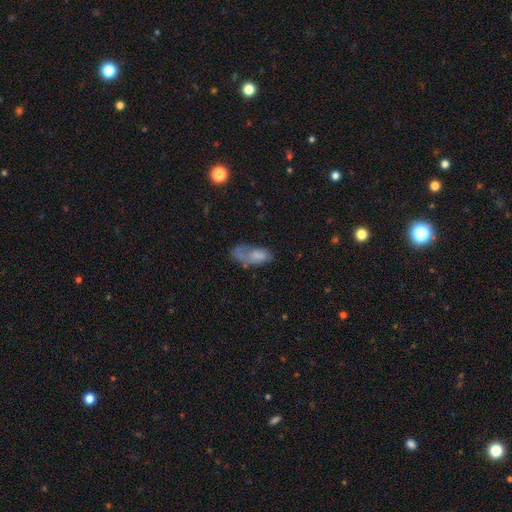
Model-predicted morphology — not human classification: This is likely a smooth galaxy (62%). How rounded: clearly in between (87%). Merging: marginally major disturbance (36%).